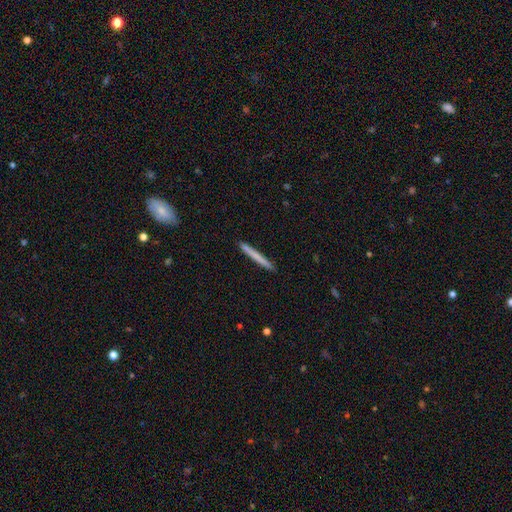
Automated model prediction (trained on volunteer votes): This is likely a smooth galaxy (68%). How rounded: clearly cigar-shaped (97%). Merging: clearly none (92%).